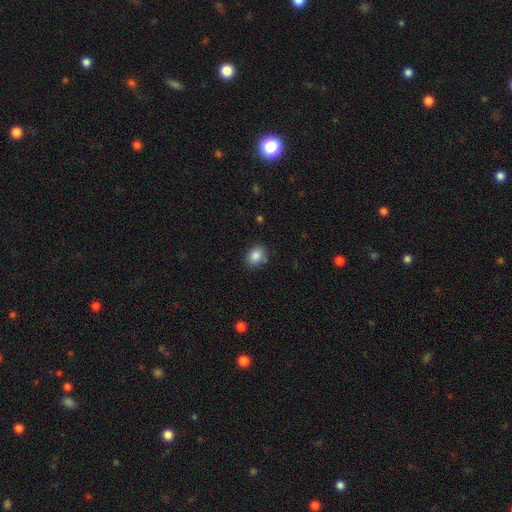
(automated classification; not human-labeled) Smooth or featured? Predicted: smooth (p=0.86). How rounded? Predicted: round (p=0.59). Merging? Predicted: none (p=0.80).